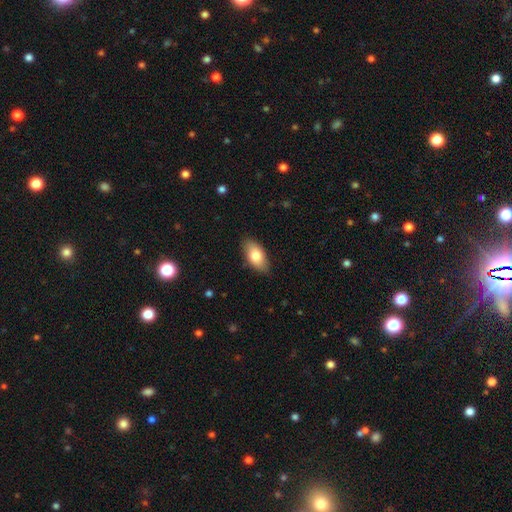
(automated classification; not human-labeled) Smooth or featured? Predicted: smooth (p=0.79). How rounded? Predicted: in between (p=0.92). Merging? Predicted: none (p=0.86).